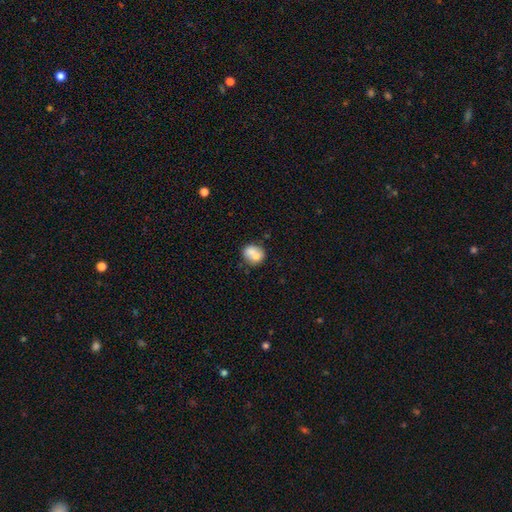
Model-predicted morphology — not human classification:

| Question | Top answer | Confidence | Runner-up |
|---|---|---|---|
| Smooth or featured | smooth | 70% | featured or disk (21%) |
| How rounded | round | 64% | in between (35%) |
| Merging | none | 42% | merger (40%) |